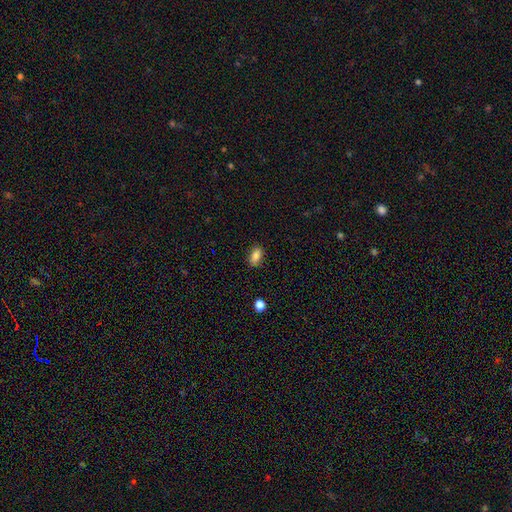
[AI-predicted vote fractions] This appears to be a smooth galaxy with no disk features (84%) that is in between round and cigar-shaped (87%). Merging: none (84%).